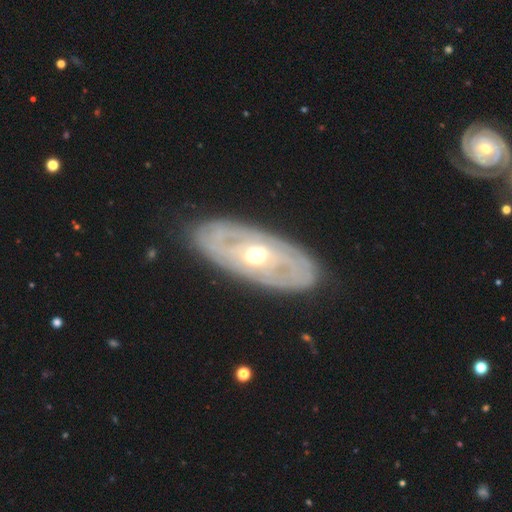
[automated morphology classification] Smooth or featured?
  - featured or disk: 79% *
  - smooth: 16%
  - star or artifact: 5%
Edge-on disk?
  - no: 86% *
  - yes: 14%
Bar?
  - no: 60% *
  - weak: 27%
  - strong: 12%
Spiral arms?
  - yes: 68% *
  - no: 32%
Bulge size?
  - moderate: 76% *
  - small: 12%
  - large: 10%
  - dominant: 1%
  - none: 1%
Merging?
  - none: 83% *
  - minor disturbance: 12%
  - major disturbance: 4%
  - merger: 1%